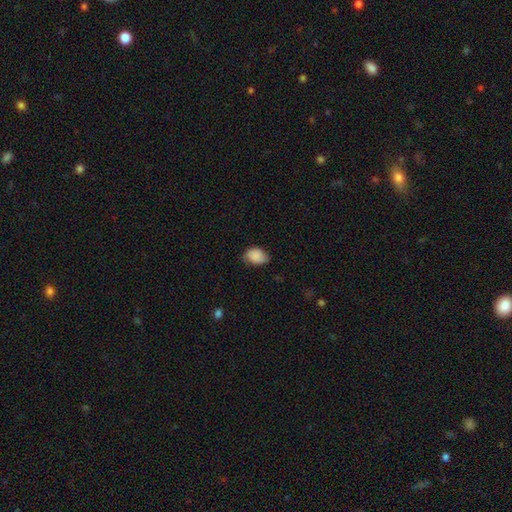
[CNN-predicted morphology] This is clearly a smooth galaxy (86%). How rounded: likely in between (77%). Merging: likely none (66%).